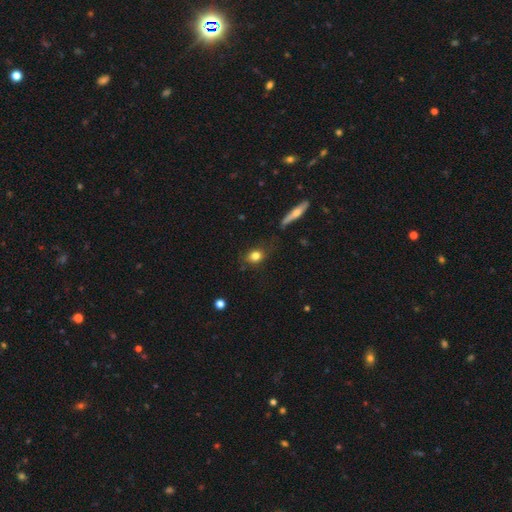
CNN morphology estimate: smooth 79%, featured or disk 11%, star or artifact 10%. Down the decision tree: how rounded — round (50%); merging — none (71%).